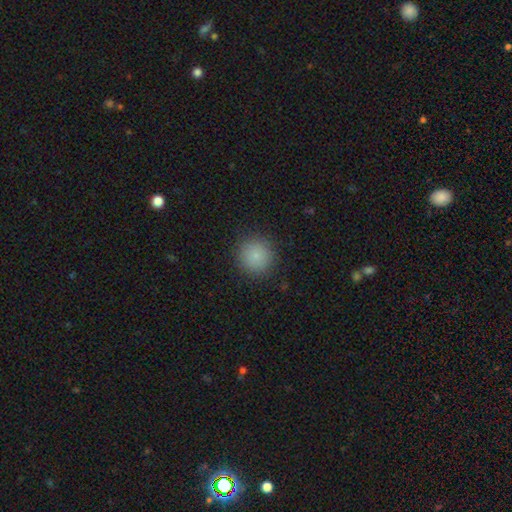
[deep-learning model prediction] The model was most divided on "smooth or featured": smooth: 83%, star or artifact: 11%, featured or disk: 6%. More confident: how rounded — round (95%); merging — none (90%).